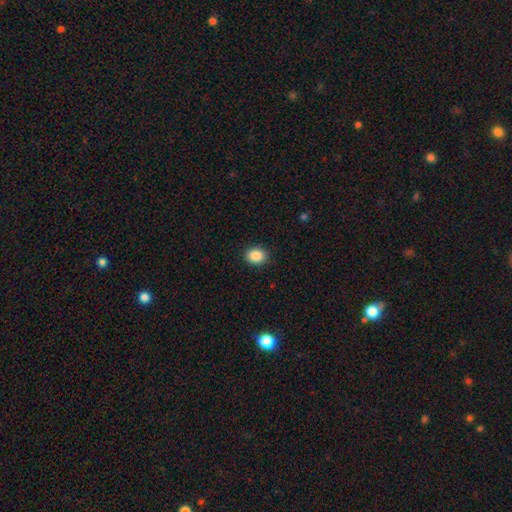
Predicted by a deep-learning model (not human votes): Smooth or featured? smooth (87%)
How rounded? round (52%)
Merging? none (90%)